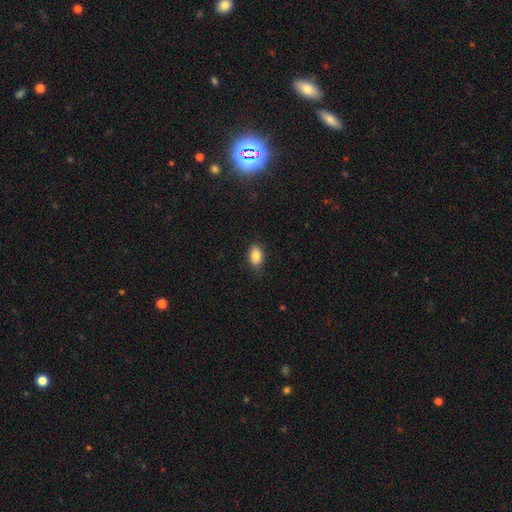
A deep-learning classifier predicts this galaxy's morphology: A smooth galaxy with no disk features (85%) that is in between round and cigar-shaped (84%). Merging: none (80%).